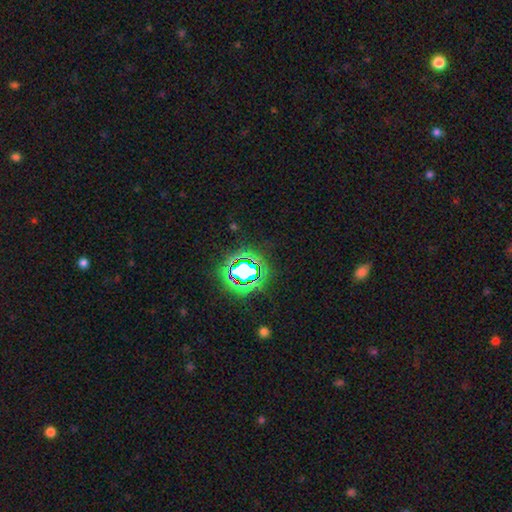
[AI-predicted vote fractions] A star or artifact, not a galaxy (79%).

Vote fractions:
- Smooth or featured? star or artifact: 79% / smooth: 14% / featured or disk: 7%